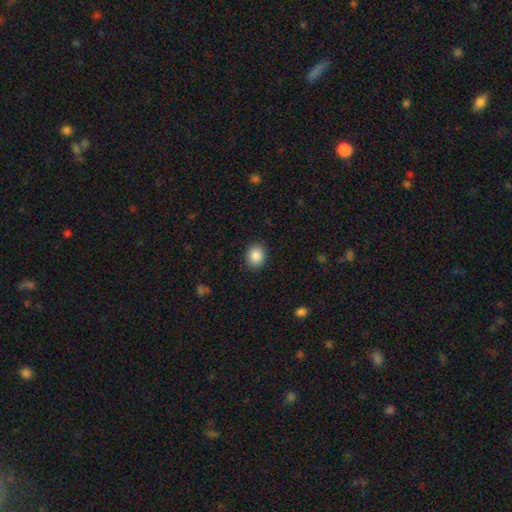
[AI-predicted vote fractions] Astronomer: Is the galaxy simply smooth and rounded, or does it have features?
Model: smooth — 86%.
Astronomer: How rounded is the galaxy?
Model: round — 62%.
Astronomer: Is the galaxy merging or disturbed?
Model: none — 90%.